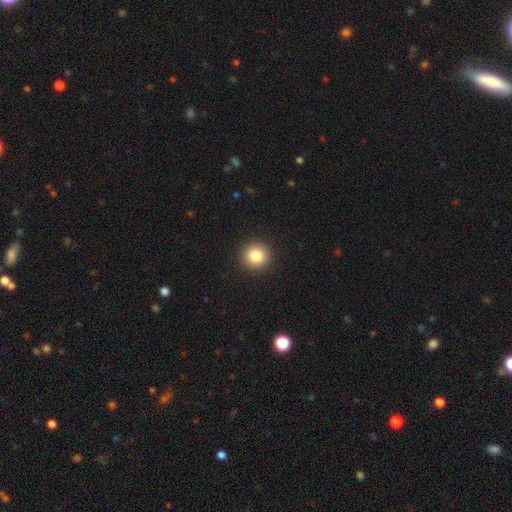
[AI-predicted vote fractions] Smooth or featured? smooth (85%)
How rounded? round (95%)
Merging? none (93%)